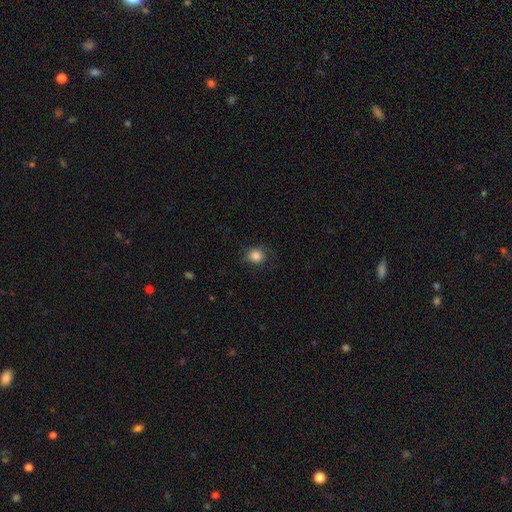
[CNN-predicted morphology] Smooth or featured? Predicted: smooth (p=0.84). How rounded? Predicted: round (p=0.69). Merging? Predicted: none (p=0.72).